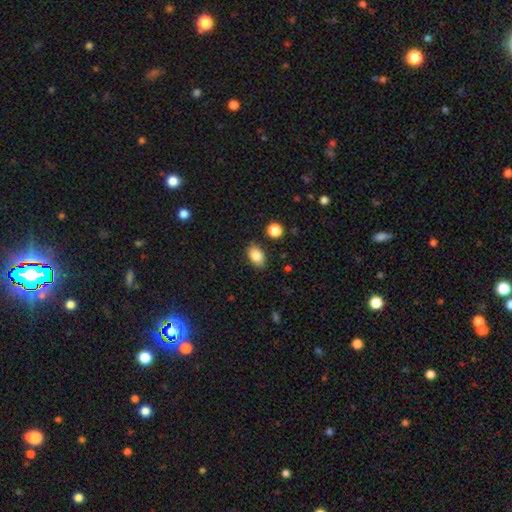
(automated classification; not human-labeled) The model was most divided on "merging": none: 85%, minor disturbance: 10%, major disturbance: 2%, merger: 2%. More confident: how rounded — in between (88%); smooth or featured — smooth (85%).